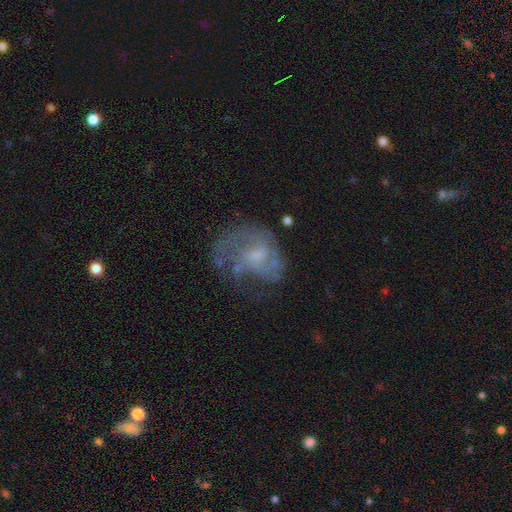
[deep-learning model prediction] Smooth or featured? Predicted: featured or disk (p=0.66). Edge-on disk? Predicted: no (p=0.98). Bar? Predicted: no (p=0.63). Spiral arms? Predicted: yes (p=0.65). Bulge size? Predicted: small (p=0.53). Merging? Predicted: none (p=0.42).